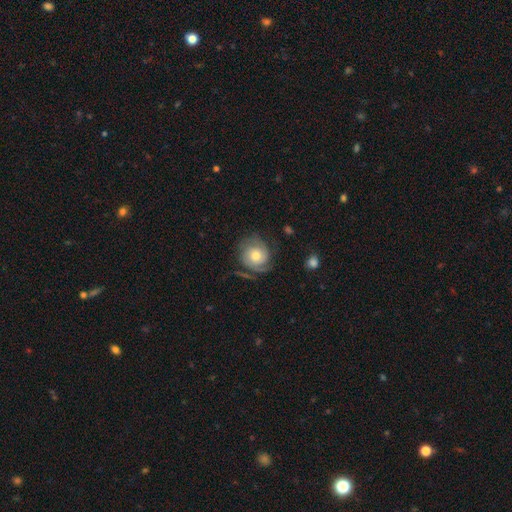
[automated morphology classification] Q: Smooth or featured?
A: featured or disk (57%); runner-up: smooth (36%)
Q: Edge-on disk?
A: no (97%); runner-up: yes (3%)
Q: Bar?
A: no (81%); runner-up: weak (16%)
Q: Spiral arms?
A: yes (85%); runner-up: no (15%)
Q: Bulge size?
A: moderate (64%); runner-up: small (22%)
Q: Merging?
A: none (65%); runner-up: minor disturbance (21%)